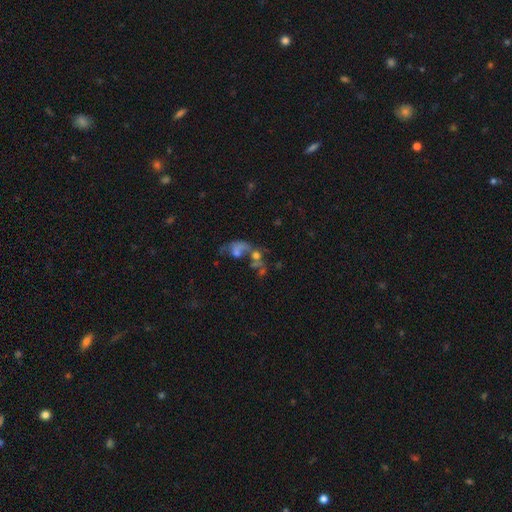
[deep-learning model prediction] Morphology: type=featured or disk (38%); merging=merger (52%).